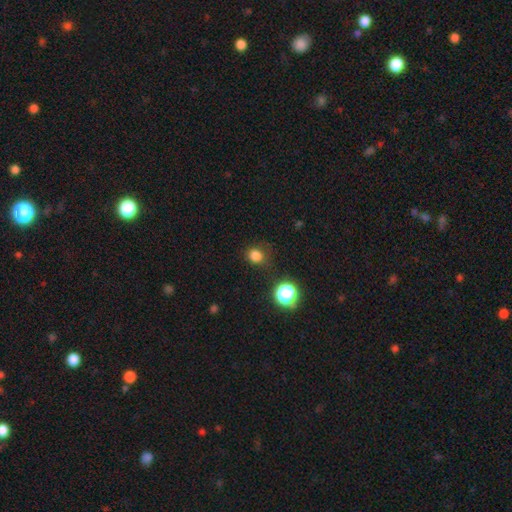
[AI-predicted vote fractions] smooth-or-featured: smooth: 79% | star or artifact: 17% | featured or disk: 4%
  how-rounded: round: 81% | in between: 18% | cigar-shaped: 1%
  merging: none: 75% | minor disturbance: 16% | major disturbance: 6% | merger: 3%